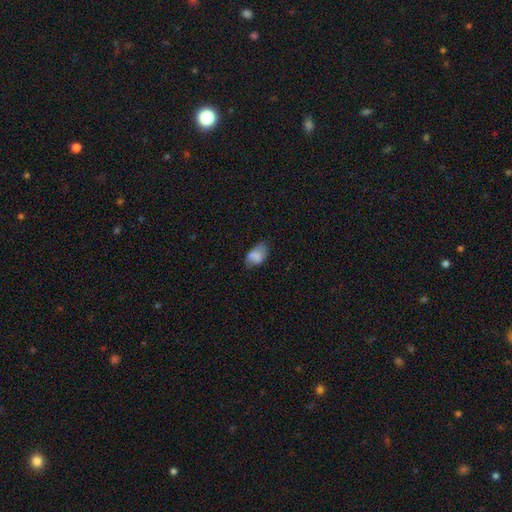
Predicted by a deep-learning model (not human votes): A smooth galaxy with no disk features (72%) that is in between round and cigar-shaped (87%). Merging: none (53%).